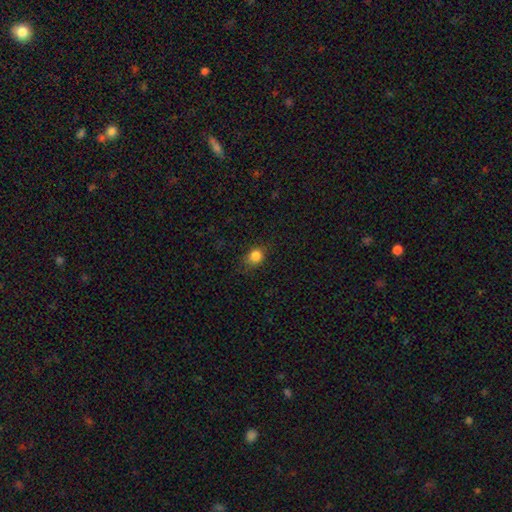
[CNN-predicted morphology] type=smooth (84%); roundness=round (66%); merging=none (77%).